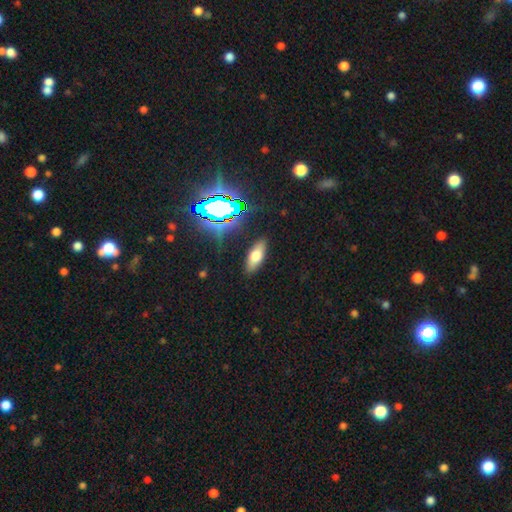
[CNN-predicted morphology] Smooth or featured? smooth (62%)
How rounded? in between (73%)
Merging? none (86%)